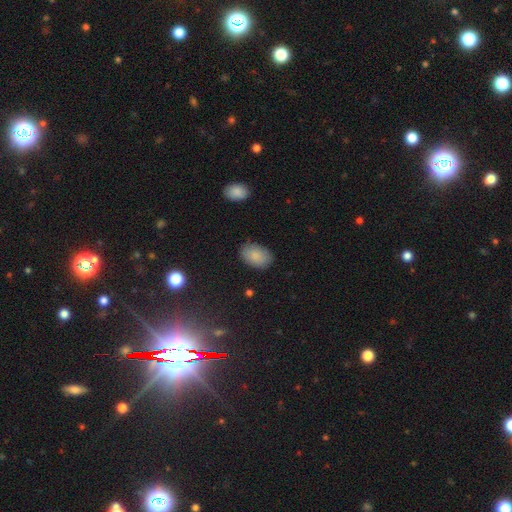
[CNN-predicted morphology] Smooth or featured?
  - smooth: 87% *
  - star or artifact: 7%
  - featured or disk: 6%
How rounded?
  - in between: 90% *
  - round: 9%
  - cigar-shaped: 1%
Merging?
  - none: 83% *
  - minor disturbance: 12%
  - major disturbance: 3%
  - merger: 1%